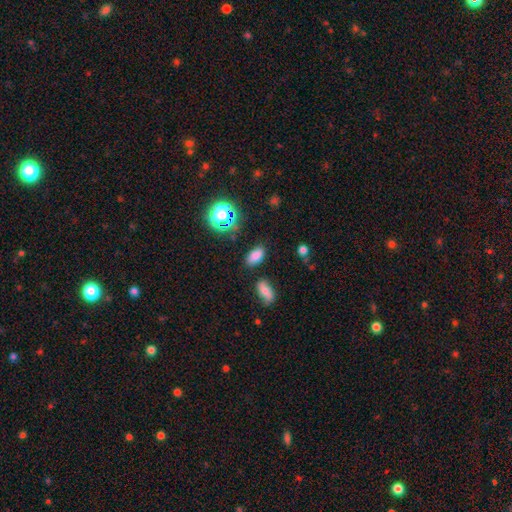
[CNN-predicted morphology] smooth_or_featured: smooth (p=0.77) [alt: star or artifact p=0.16]
how_rounded: in between (p=0.90) [alt: round p=0.06]
merging: none (p=0.81) [alt: minor disturbance p=0.12]